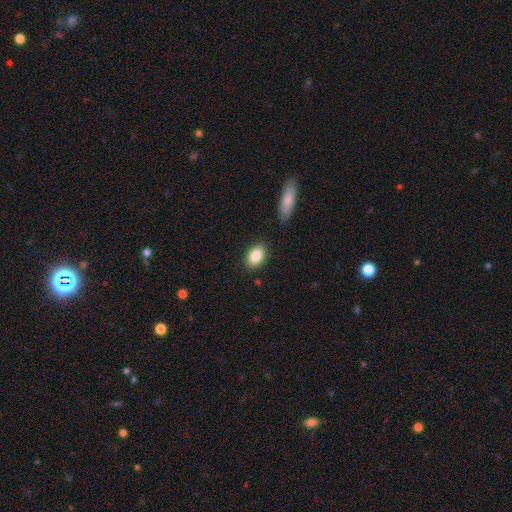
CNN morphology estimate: A smooth galaxy with no disk features (86%) that is in between round and cigar-shaped (88%). Merging: none (86%).